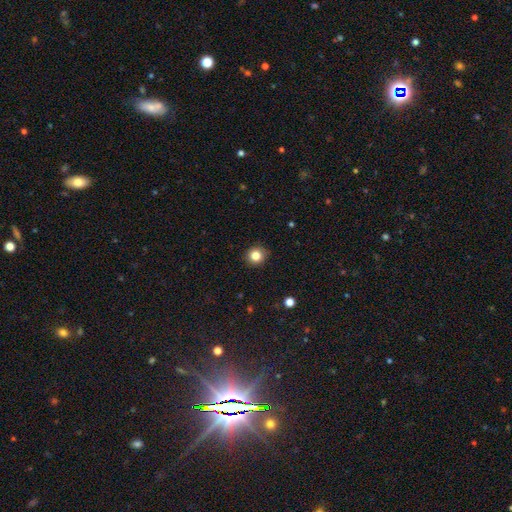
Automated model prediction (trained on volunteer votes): A smooth galaxy with no disk features (83%) that is round (91%).

Vote fractions:
- Smooth or featured? smooth: 83% / star or artifact: 11% / featured or disk: 5%
- How rounded? round: 91% / in between: 8% / cigar-shaped: 1%
- Merging? none: 90% / minor disturbance: 7% / major disturbance: 2% / merger: 1%